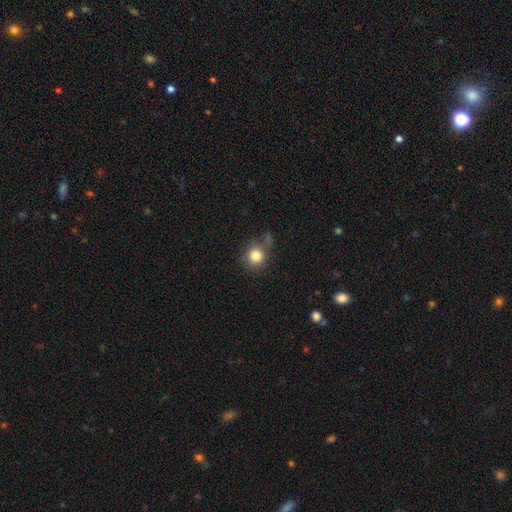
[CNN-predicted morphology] Overall: smooth (83%). How rounded: round (85%). Merging: none (67%).